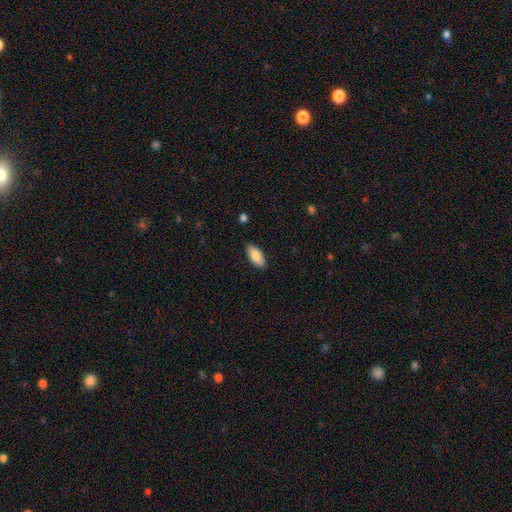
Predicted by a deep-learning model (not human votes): smooth 84%, featured or disk 10%, star or artifact 6%. Down the decision tree: how rounded — in between (91%); merging — none (88%).